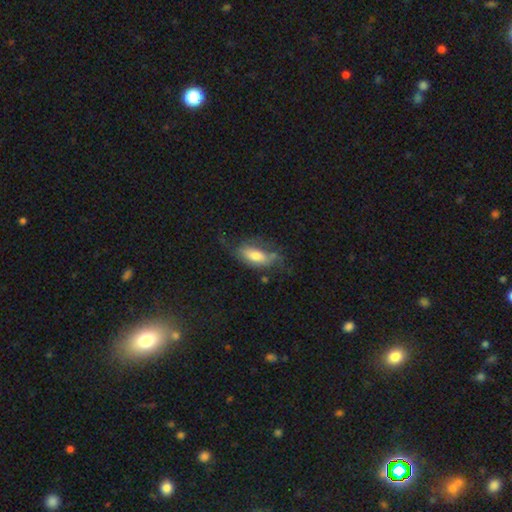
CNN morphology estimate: Smooth or featured? Predicted: smooth (p=0.61). How rounded? Predicted: in between (p=0.81). Merging? Predicted: none (p=0.48).